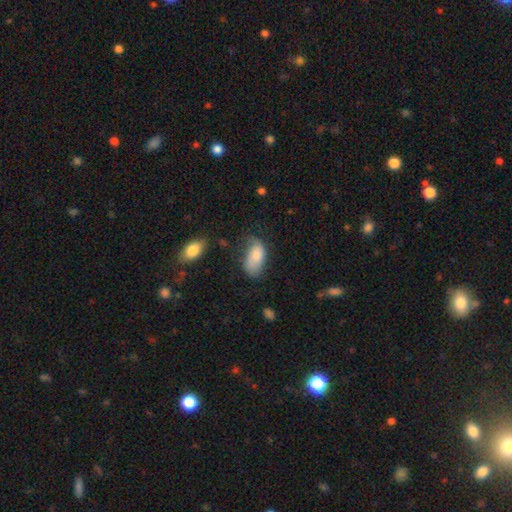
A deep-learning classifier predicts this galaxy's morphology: This is clearly a smooth galaxy (81%). How rounded: clearly in between (94%). Merging: marginally none (38%).